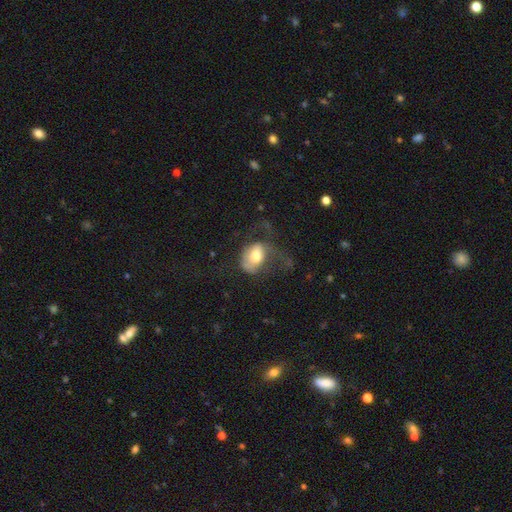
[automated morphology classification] Smooth or featured?
  - smooth: 59% *
  - featured or disk: 33%
  - star or artifact: 8%
How rounded?
  - in between: 74% *
  - round: 24%
  - cigar-shaped: 2%
Merging?
  - major disturbance: 51% *
  - none: 25%
  - minor disturbance: 21%
  - merger: 3%